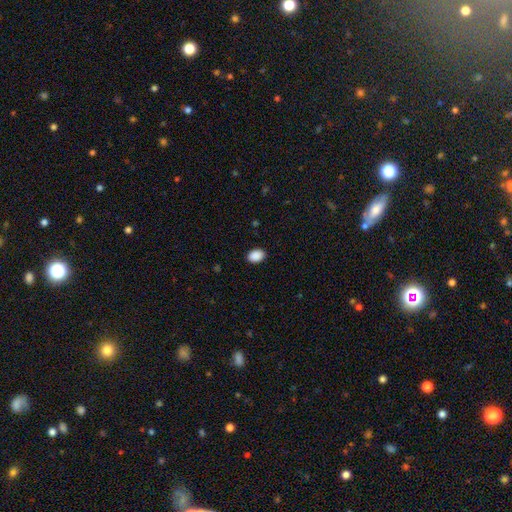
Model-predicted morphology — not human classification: This appears to be a smooth galaxy with no disk features (90%) that is in between round and cigar-shaped (77%). Merging: none (89%).